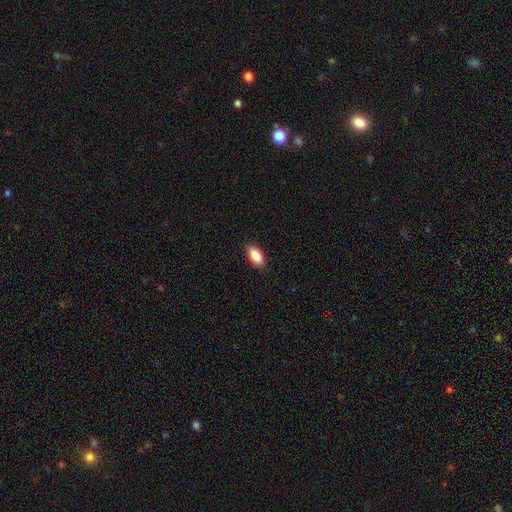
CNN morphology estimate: type=smooth (89%); roundness=in between (91%); merging=none (89%).